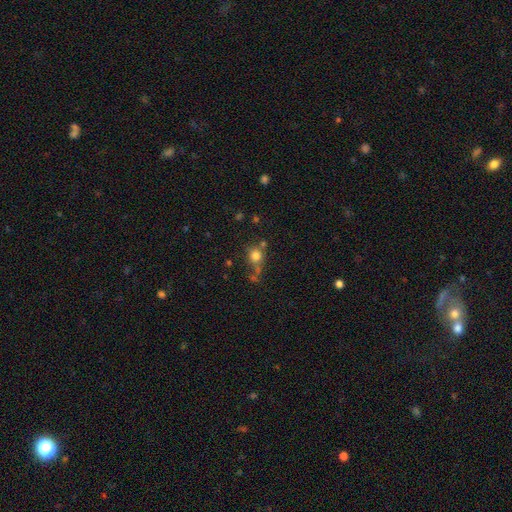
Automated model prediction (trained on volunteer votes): Smooth or featured? Predicted: smooth (p=0.76). How rounded? Predicted: round (p=0.78). Merging? Predicted: none (p=0.52).